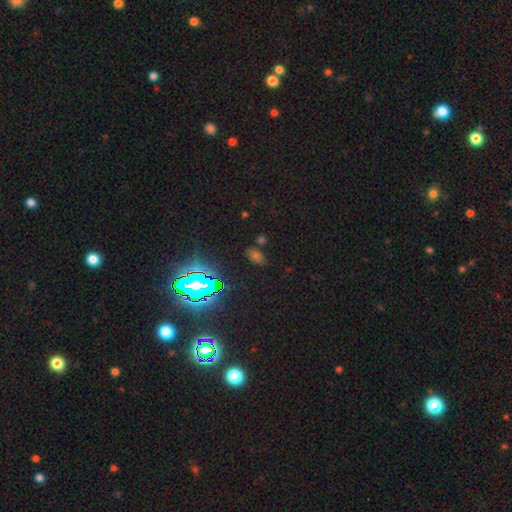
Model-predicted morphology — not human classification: Overall: star or artifact (51%; smooth 38%).